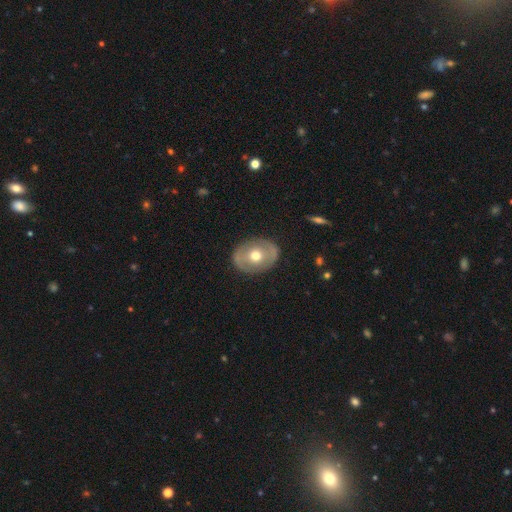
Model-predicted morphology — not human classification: smooth_or_featured: featured or disk (p=0.51) [alt: smooth p=0.44]
disk_edge_on: no (p=0.93) [alt: yes p=0.07]
merging: none (p=0.85) [alt: minor disturbance p=0.11]